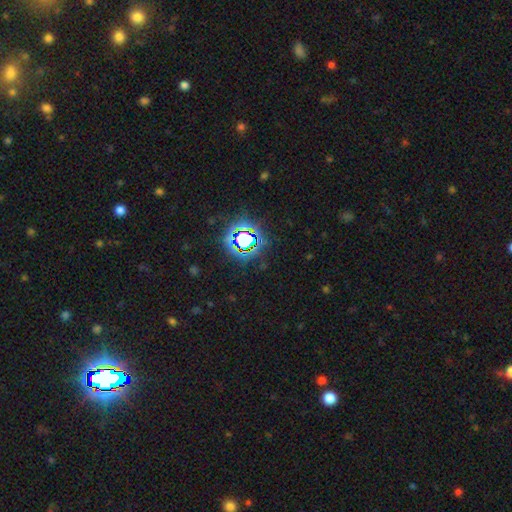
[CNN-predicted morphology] Q: Smooth or featured?
A: star or artifact (80%); runner-up: smooth (13%)